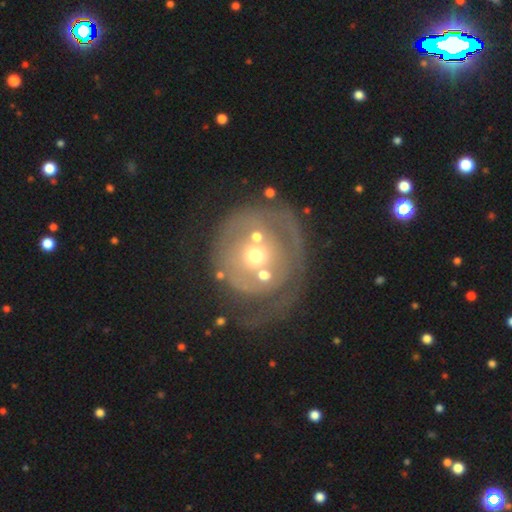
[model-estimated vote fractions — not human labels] Overall: featured or disk (64%; smooth 28%). Edge-on disk: no (96%). Bar: no (86%). Spiral arms: no (61%; yes 39%). Bulge size: moderate (55%; small 34%). Merging: none (41%; major disturbance 28%).